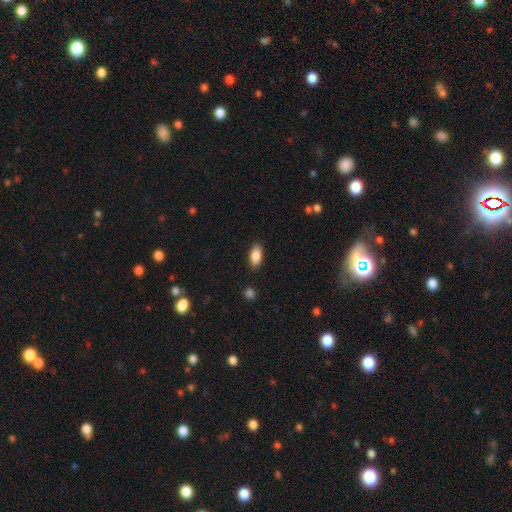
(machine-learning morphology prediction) Smooth or featured? Predicted: smooth (p=0.87). How rounded? Predicted: in between (p=0.90). Merging? Predicted: none (p=0.87).